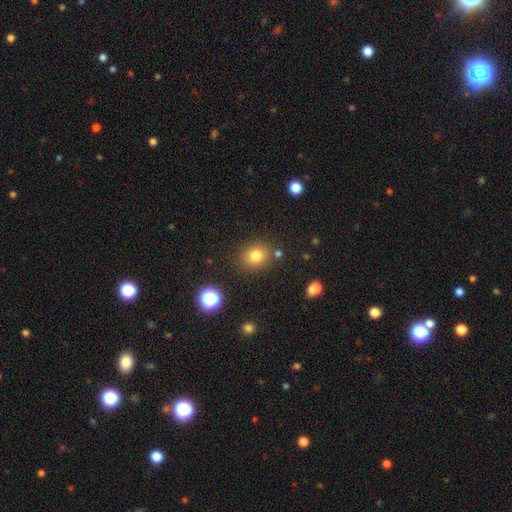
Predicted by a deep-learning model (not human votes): A smooth galaxy with no disk features (79%) that is round (76%). Merging: none (82%).